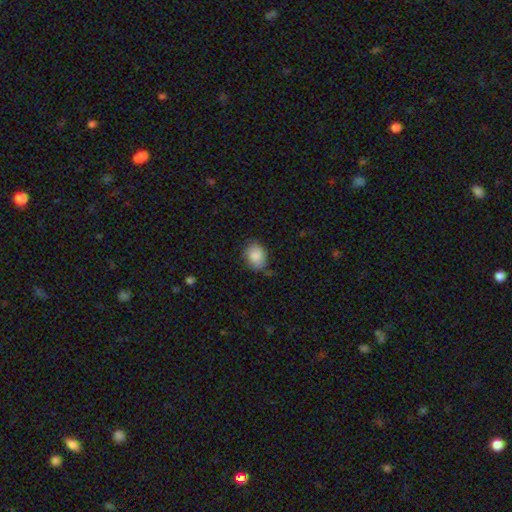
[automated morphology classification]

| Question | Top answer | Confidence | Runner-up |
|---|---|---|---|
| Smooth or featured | smooth | 86% | star or artifact (7%) |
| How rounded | in between | 57% | round (42%) |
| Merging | none | 66% | minor disturbance (26%) |